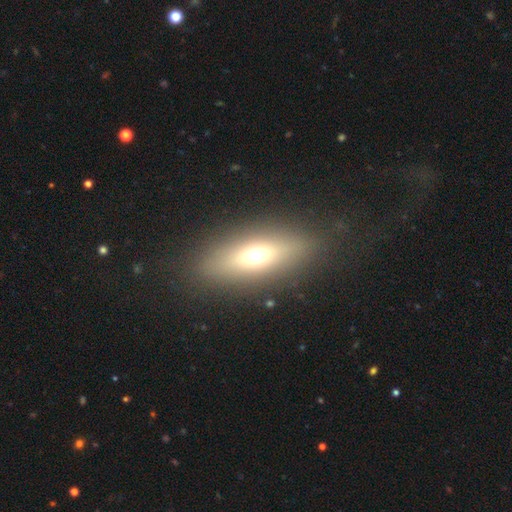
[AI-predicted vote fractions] Smooth or featured? Predicted: smooth (p=0.59). How rounded? Predicted: in between (p=0.64). Merging? Predicted: none (p=0.85).